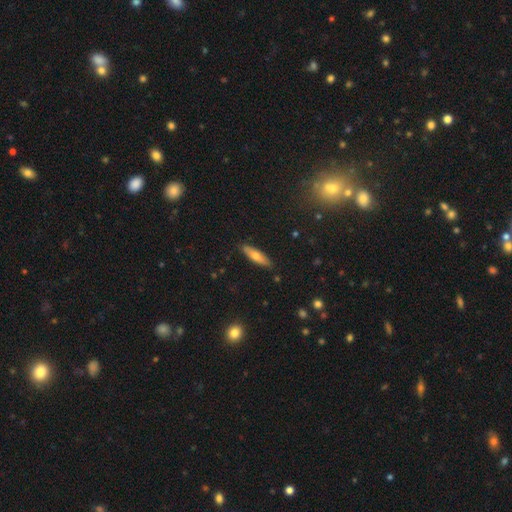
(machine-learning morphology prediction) Smooth or featured?
  - smooth: 61% *
  - featured or disk: 32%
  - star or artifact: 7%
How rounded?
  - cigar-shaped: 64% *
  - in between: 34%
  - round: 2%
Merging?
  - none: 87% *
  - minor disturbance: 10%
  - major disturbance: 2%
  - merger: 1%